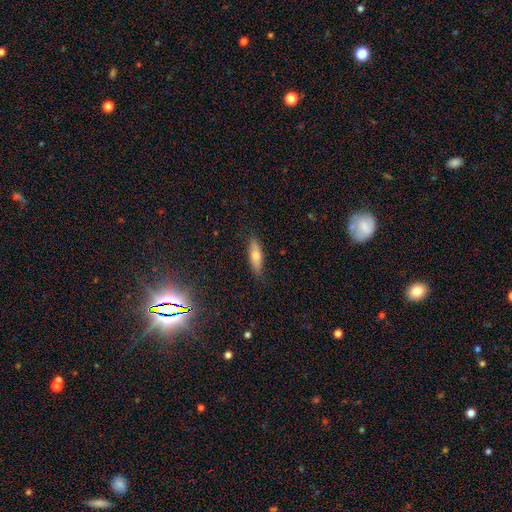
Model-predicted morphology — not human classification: This appears to be a smooth galaxy with no disk features (66%) that is cigar-shaped (57%). Merging: none (84%).